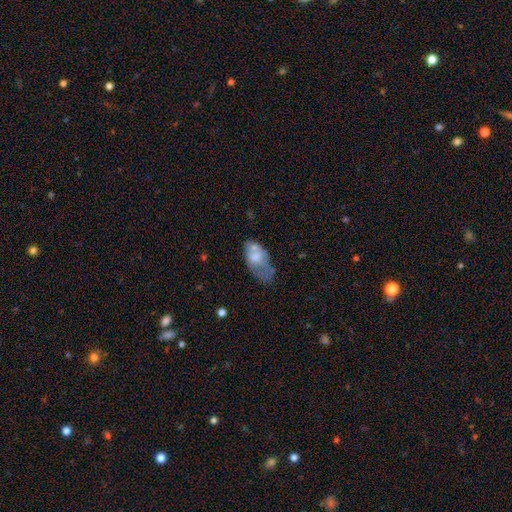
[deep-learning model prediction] This appears to be a smooth galaxy with no disk features (56%) that is in between round and cigar-shaped (92%). Merging: minor disturbance (34%).